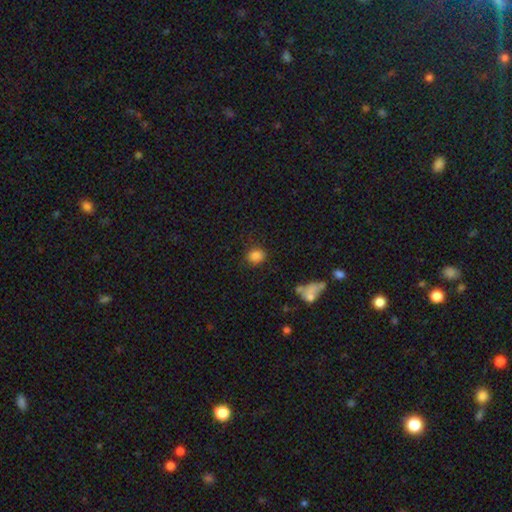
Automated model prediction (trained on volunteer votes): smooth_or_featured: smooth (p=0.83) [alt: star or artifact p=0.12]
how_rounded: round (p=0.60) [alt: in between p=0.38]
merging: none (p=0.80) [alt: minor disturbance p=0.13]